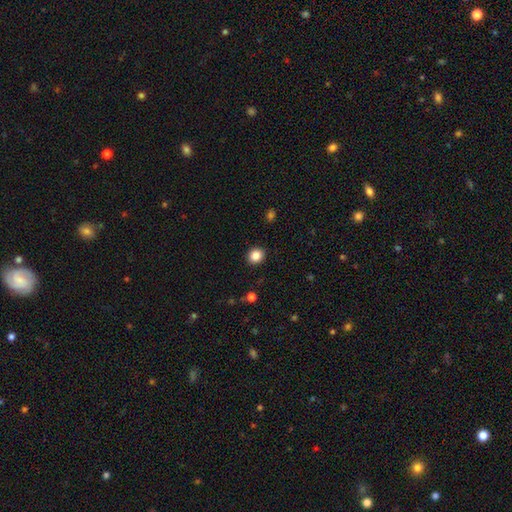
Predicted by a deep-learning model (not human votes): Smooth or featured? smooth (85%)
How rounded? round (76%)
Merging? none (92%)